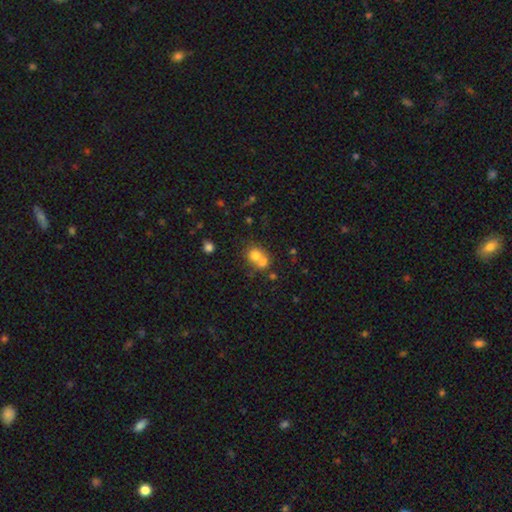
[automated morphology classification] smooth_or_featured: smooth (p=0.72) [alt: featured or disk p=0.16]
how_rounded: round (p=0.77) [alt: in between p=0.22]
merging: merger (p=0.60) [alt: none p=0.31]